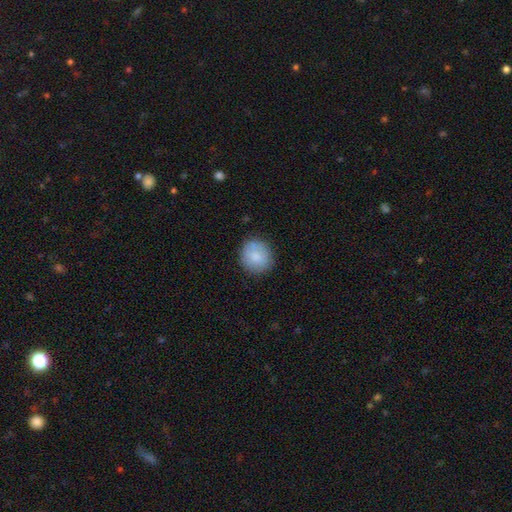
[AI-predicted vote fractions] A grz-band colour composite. It shows a smooth galaxy with no disk features (78%) that is round (87%). Merging: none (77%).